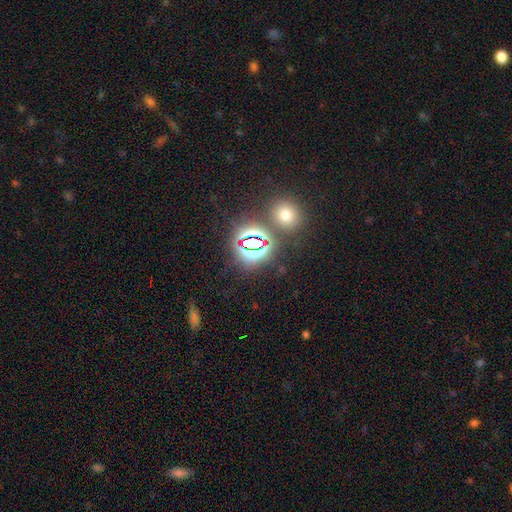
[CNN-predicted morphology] Smooth or featured: star or artifact — 73% (smooth — 20%)